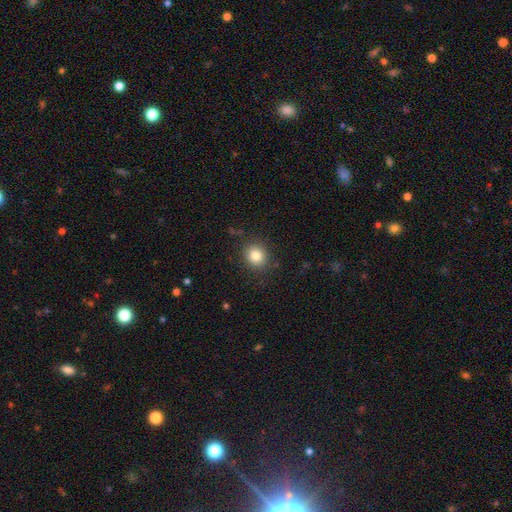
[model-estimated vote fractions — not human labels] smooth 82%, star or artifact 11%, featured or disk 7%. Down the decision tree: how rounded — round (82%); merging — none (87%).